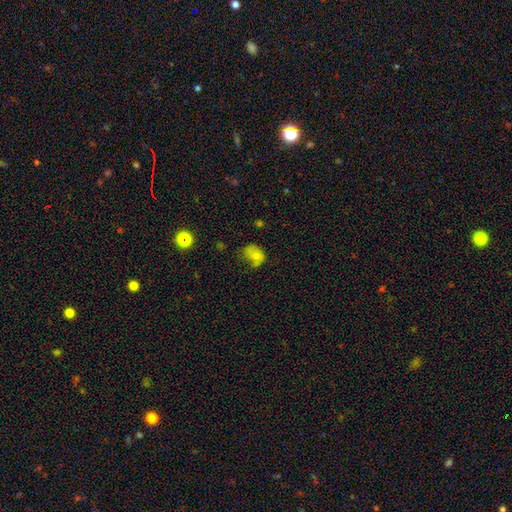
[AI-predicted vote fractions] smooth_or_featured: smooth (p=0.67) [alt: featured or disk p=0.19]
how_rounded: in between (p=0.71) [alt: round p=0.28]
merging: none (p=0.32) [alt: minor disturbance p=0.30]